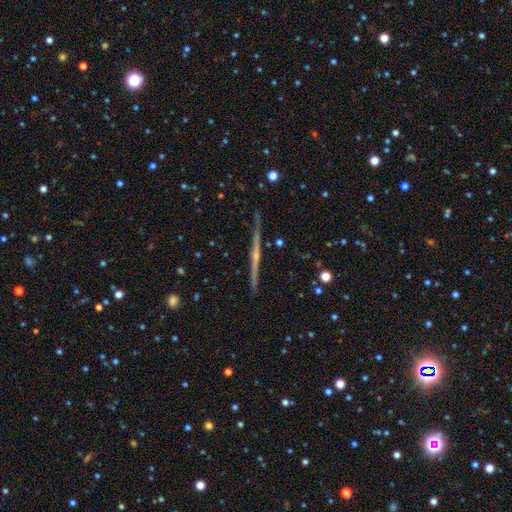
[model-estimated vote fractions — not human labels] Smooth or featured?
  - featured or disk: 80% *
  - smooth: 13%
  - star or artifact: 8%
Edge-on disk?
  - yes: 98% *
  - no: 2%
Edge-on bulge?
  - rounded: 62% *
  - none: 31%
  - boxy: 7%
Merging?
  - none: 90% *
  - minor disturbance: 7%
  - major disturbance: 1%
  - merger: 1%